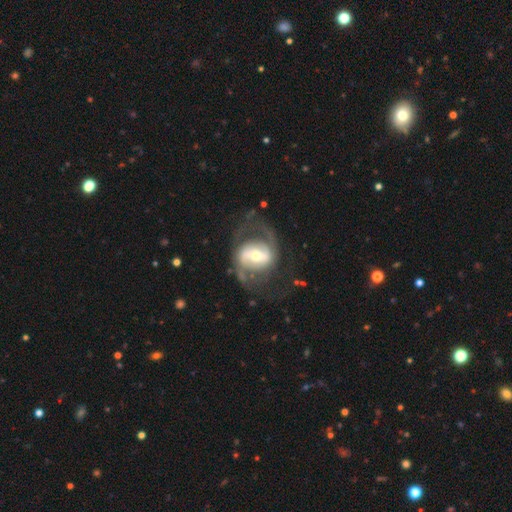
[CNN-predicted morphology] featured or disk 81%, smooth 14%, star or artifact 5%. Down the decision tree: edge-on disk — no (96%); bar — strong (43%); spiral arms — yes (84%); spiral arm count — 2 (87%); spiral winding — medium (48%); bulge size — moderate (55%); merging — none (63%).